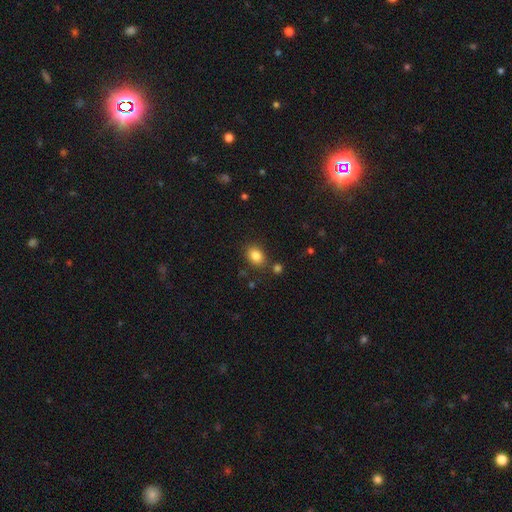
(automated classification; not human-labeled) smooth-or-featured: smooth: 84% | star or artifact: 10% | featured or disk: 6%
  how-rounded: in between: 70% | round: 29% | cigar-shaped: 1%
  merging: none: 80% | minor disturbance: 11% | merger: 6% | major disturbance: 3%